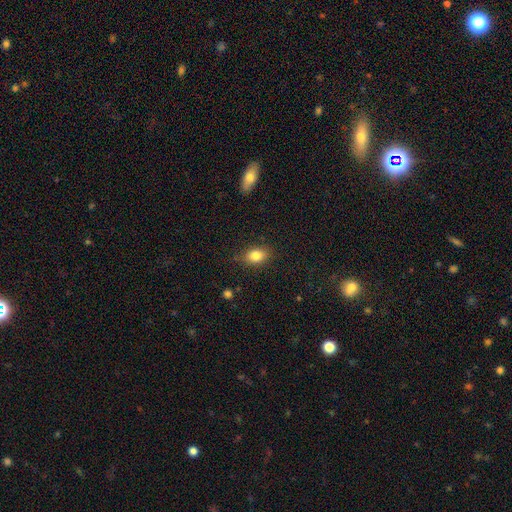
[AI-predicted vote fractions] Overall: smooth (83%). How rounded: in between (78%). Merging: none (83%).